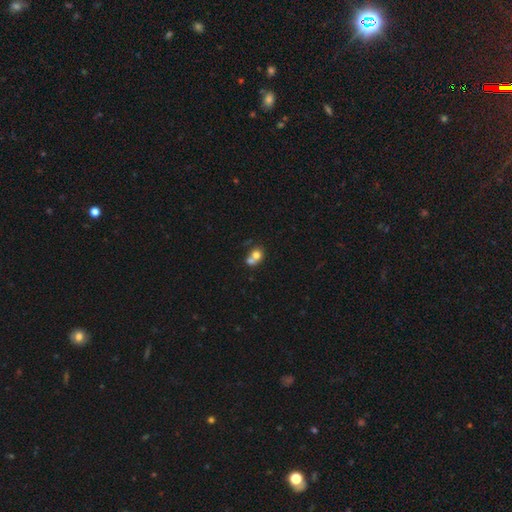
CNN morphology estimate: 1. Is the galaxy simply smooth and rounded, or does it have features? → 71% smooth, 19% featured or disk, 10% star or artifact.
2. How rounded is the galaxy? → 64% round, 35% in between, 1% cigar-shaped.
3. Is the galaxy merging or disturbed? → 62% merger, 27% none, 8% minor disturbance, 4% major disturbance.